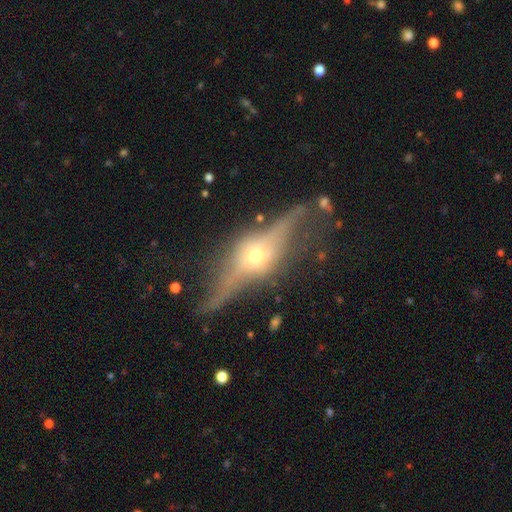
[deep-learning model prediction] This is clearly a featured or disk galaxy (84%). It is clearly viewed edge-on (87%). Edge-on bulge: clearly rounded (92%). Merging: likely none (66%).